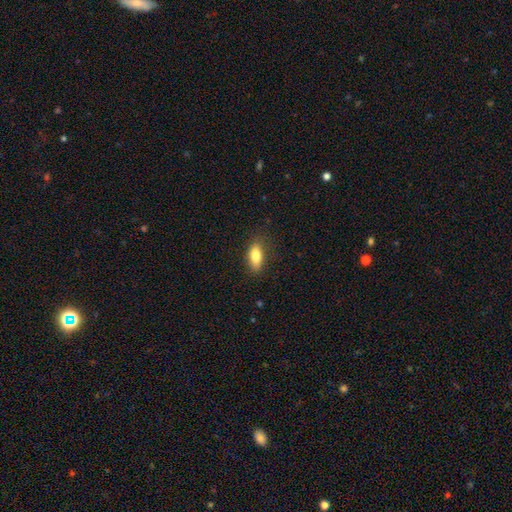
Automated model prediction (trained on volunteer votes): Smooth or featured? Predicted: smooth (p=0.80). How rounded? Predicted: in between (p=0.79). Merging? Predicted: none (p=0.79).